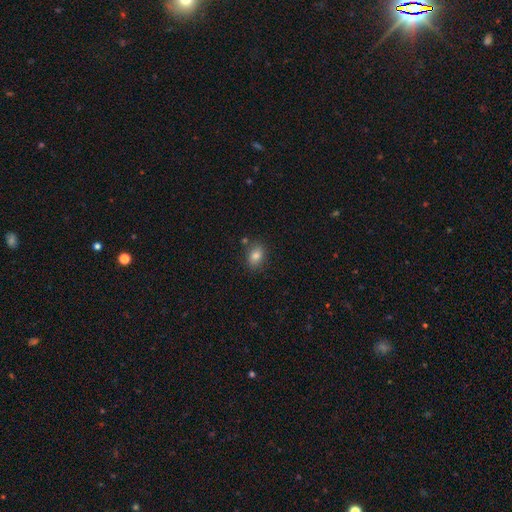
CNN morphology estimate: Smooth or featured?
  - smooth: 82% *
  - star or artifact: 10%
  - featured or disk: 8%
How rounded?
  - in between: 72% *
  - round: 26%
  - cigar-shaped: 1%
Merging?
  - none: 80% *
  - minor disturbance: 12%
  - merger: 5%
  - major disturbance: 3%